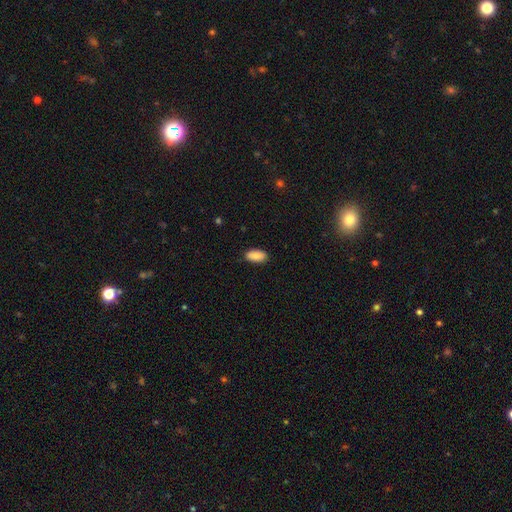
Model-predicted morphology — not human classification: The model was most divided on "merging": none: 88%, minor disturbance: 9%, major disturbance: 2%, merger: 1%. More confident: how rounded — in between (91%); smooth or featured — smooth (89%).